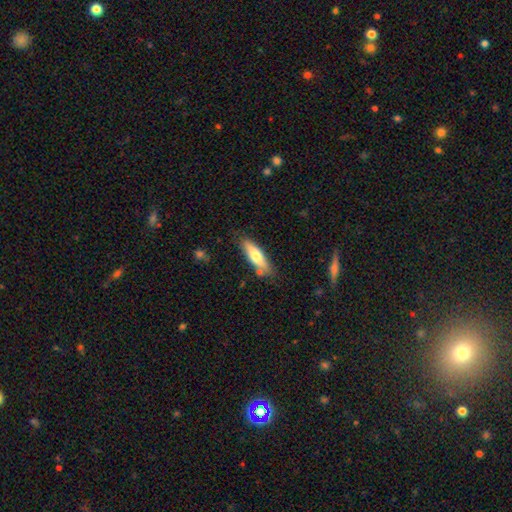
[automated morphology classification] This is likely a smooth galaxy (69%). How rounded: possibly cigar-shaped (54%). Merging: likely none (79%).